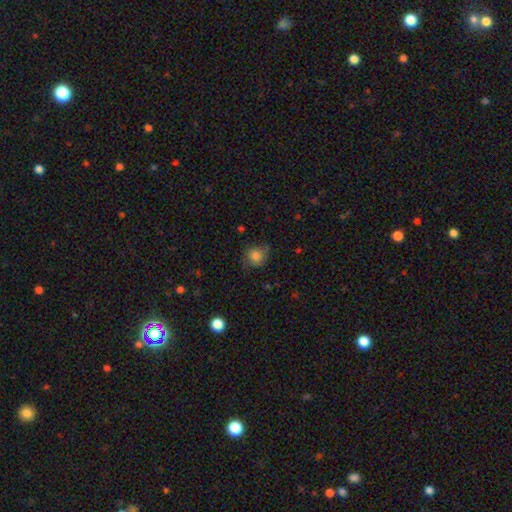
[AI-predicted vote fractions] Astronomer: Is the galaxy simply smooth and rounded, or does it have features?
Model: smooth — 81%.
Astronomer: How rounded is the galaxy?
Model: round — 82%.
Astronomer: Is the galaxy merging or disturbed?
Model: none — 64%.